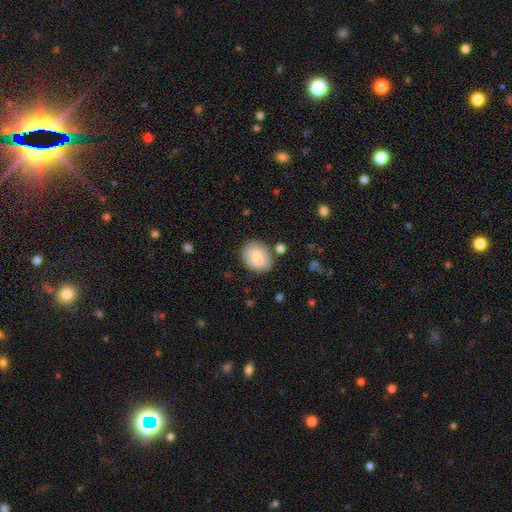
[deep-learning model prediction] A smooth galaxy with no disk features (80%) that is in between round and cigar-shaped (55%). Merging: none (76%).